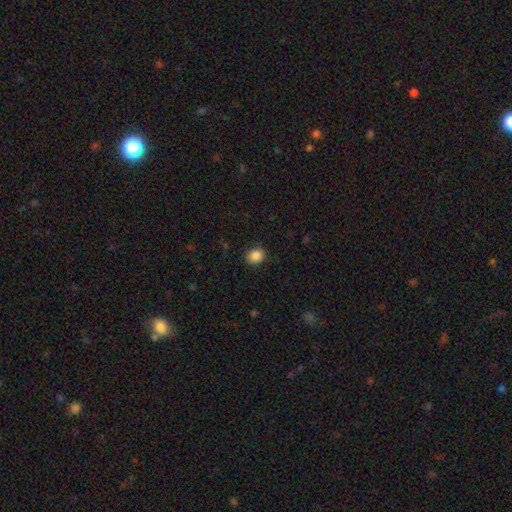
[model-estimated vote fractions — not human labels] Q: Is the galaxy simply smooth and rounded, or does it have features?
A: smooth — 86%.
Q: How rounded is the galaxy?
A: round — 67%.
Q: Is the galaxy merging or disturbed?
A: none — 87%.